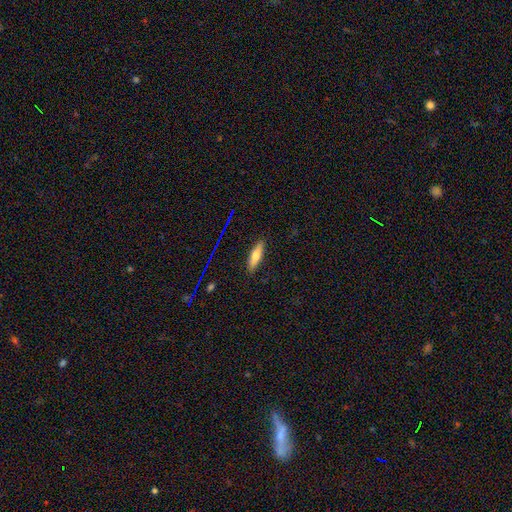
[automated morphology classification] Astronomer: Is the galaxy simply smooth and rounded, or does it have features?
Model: smooth — 66%.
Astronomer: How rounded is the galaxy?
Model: cigar-shaped — 59% (runner-up: in between, 39%).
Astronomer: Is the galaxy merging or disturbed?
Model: none — 86%.